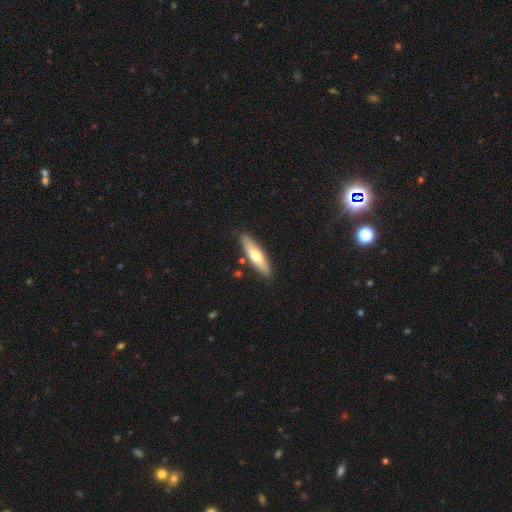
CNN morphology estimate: A smooth galaxy with no disk features (59%) that is cigar-shaped (69%).

Vote fractions:
- Smooth or featured? smooth: 59% / featured or disk: 35% / star or artifact: 5%
- How rounded? cigar-shaped: 69% / in between: 29% / round: 2%
- Merging? none: 84% / minor disturbance: 11% / merger: 3% / major disturbance: 2%